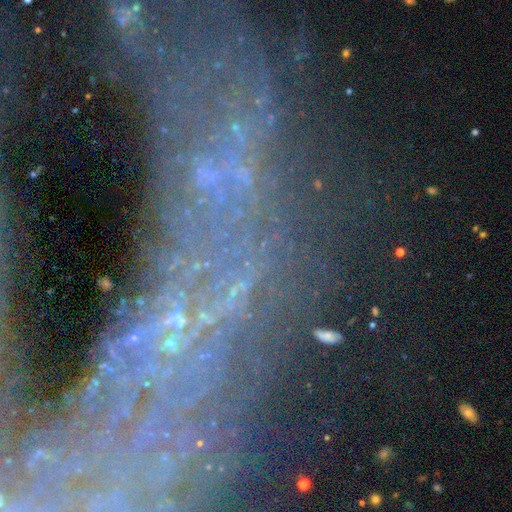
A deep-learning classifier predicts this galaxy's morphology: Smooth or featured? star or artifact (51%)